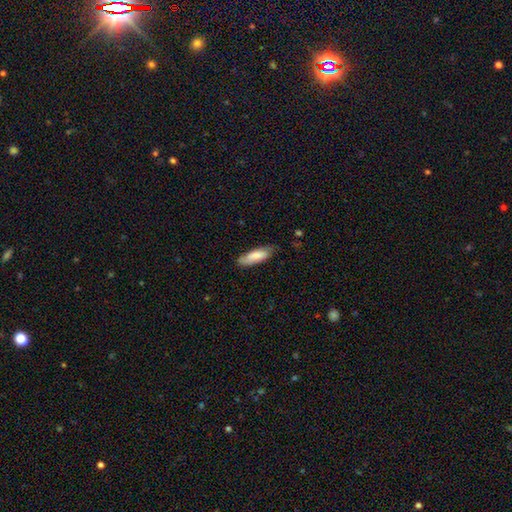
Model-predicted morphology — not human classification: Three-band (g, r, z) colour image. It shows a smooth galaxy with no disk features (77%) that is in between round and cigar-shaped (53%). Merging: none (70%).